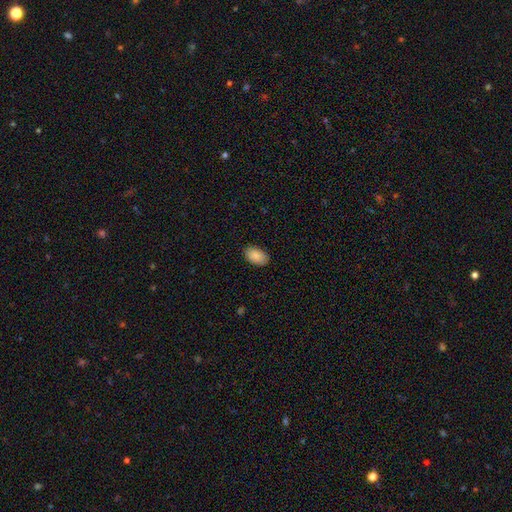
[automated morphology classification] smooth_or_featured: smooth (p=0.88) [alt: star or artifact p=0.07]
how_rounded: in between (p=0.92) [alt: round p=0.06]
merging: none (p=0.87) [alt: minor disturbance p=0.10]